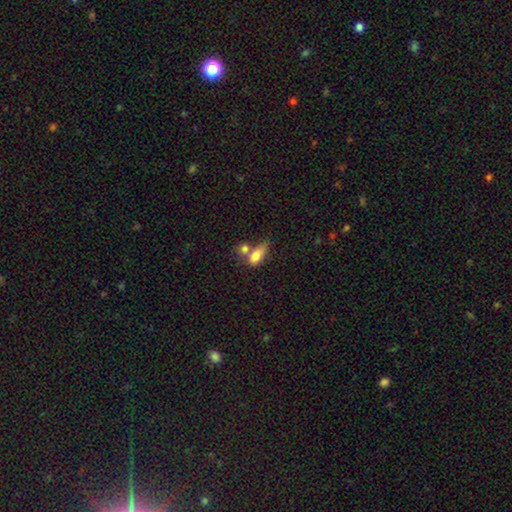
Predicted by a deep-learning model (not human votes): smooth_or_featured: smooth (p=0.76) [alt: featured or disk p=0.16]
how_rounded: in between (p=0.78) [alt: cigar-shaped p=0.14]
merging: merger (p=0.48) [alt: none p=0.28]